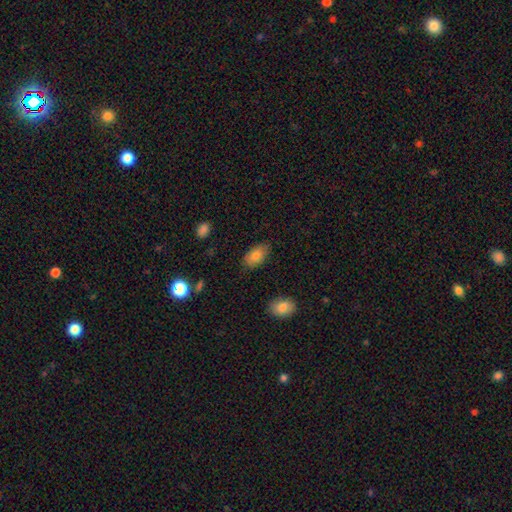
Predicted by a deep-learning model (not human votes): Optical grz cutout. It shows a smooth galaxy with no disk features (82%) that is in between round and cigar-shaped (93%). Merging: none (82%).